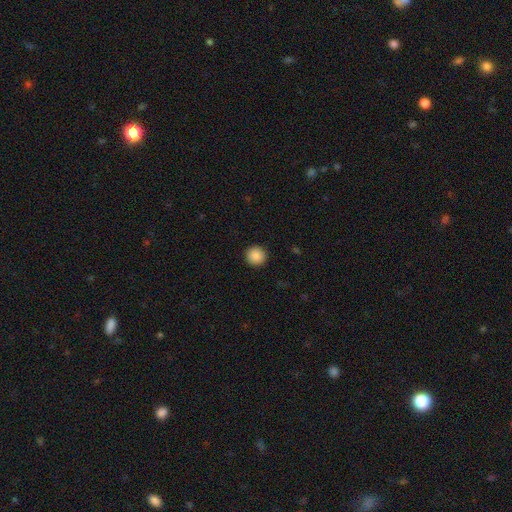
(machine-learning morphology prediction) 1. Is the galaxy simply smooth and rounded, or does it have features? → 88% smooth, 9% star or artifact, 3% featured or disk.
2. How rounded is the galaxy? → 94% round, 5% in between, 1% cigar-shaped.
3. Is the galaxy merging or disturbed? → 93% none, 4% minor disturbance, 2% major disturbance, 1% merger.